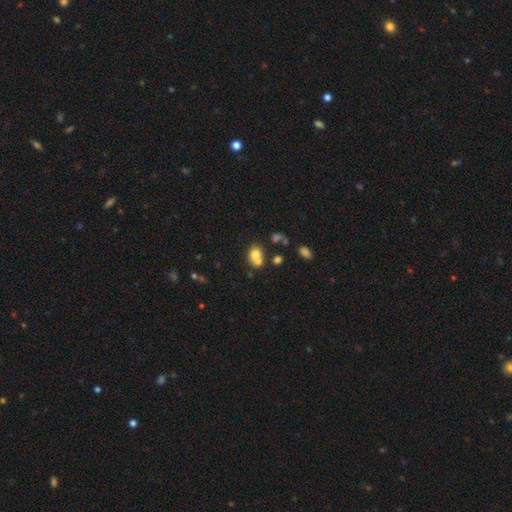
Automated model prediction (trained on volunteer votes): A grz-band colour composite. It shows a smooth galaxy with no disk features (72%) that is round (59%). Merging: merger (53%).